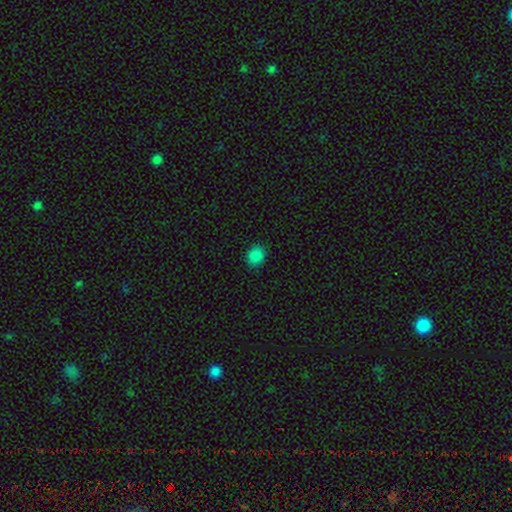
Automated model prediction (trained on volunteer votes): Q: Smooth or featured?
A: smooth (86%); runner-up: star or artifact (12%)
Q: How rounded?
A: round (75%); runner-up: in between (24%)
Q: Merging?
A: none (89%); runner-up: minor disturbance (8%)